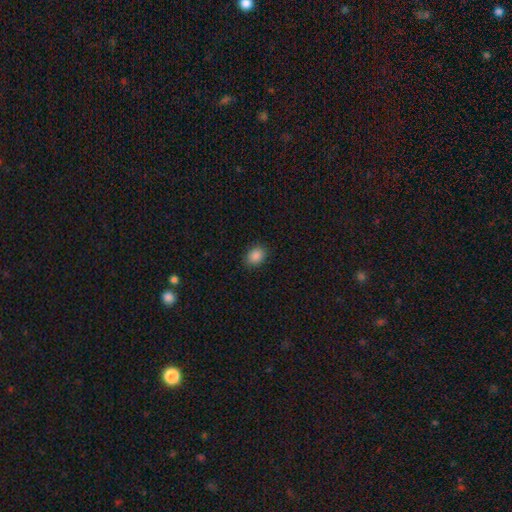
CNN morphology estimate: This is clearly a smooth galaxy (87%). How rounded: possibly in between (54%). Merging: clearly none (88%).